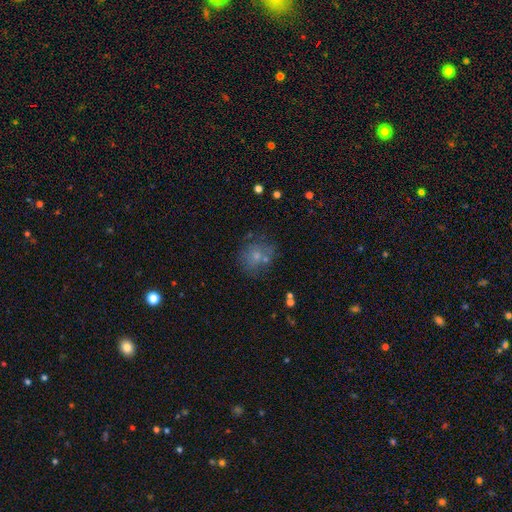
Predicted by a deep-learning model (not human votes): Smooth or featured? Predicted: smooth (p=0.62). How rounded? Predicted: round (p=0.76). Merging? Predicted: none (p=0.62).